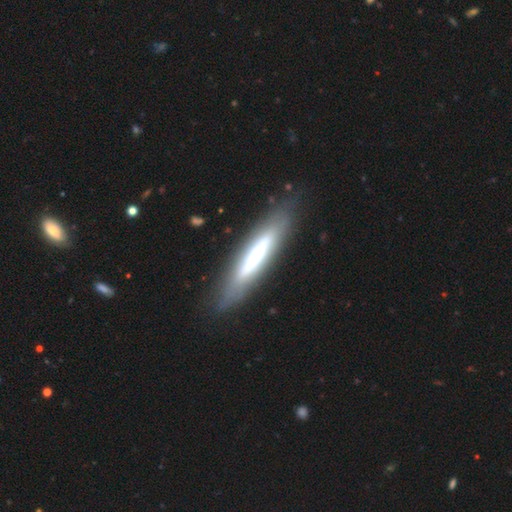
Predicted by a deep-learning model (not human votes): Smooth or featured?
  - featured or disk: 47% *
  - smooth: 46%
  - star or artifact: 7%
Merging?
  - none: 80% *
  - minor disturbance: 14%
  - major disturbance: 4%
  - merger: 2%